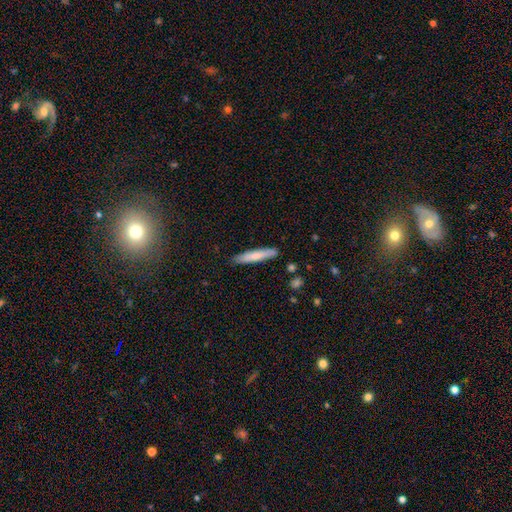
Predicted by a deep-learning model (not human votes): Smooth or featured? Predicted: smooth (p=0.73). How rounded? Predicted: cigar-shaped (p=0.91). Merging? Predicted: none (p=0.87).